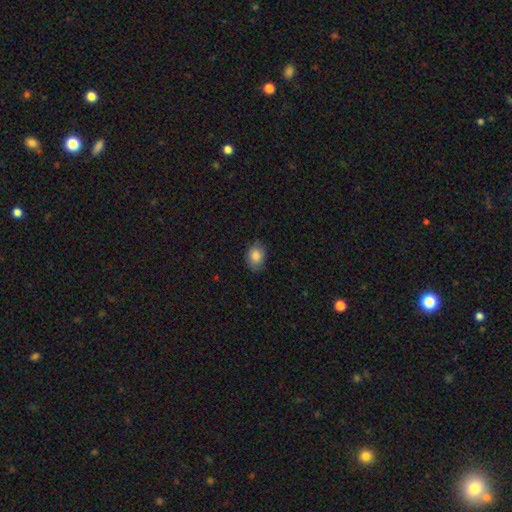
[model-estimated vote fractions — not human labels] Smooth or featured: smooth — 85% (star or artifact — 8%)
How rounded: in between — 64% (round — 35%)
Merging: none — 81% (minor disturbance — 15%)